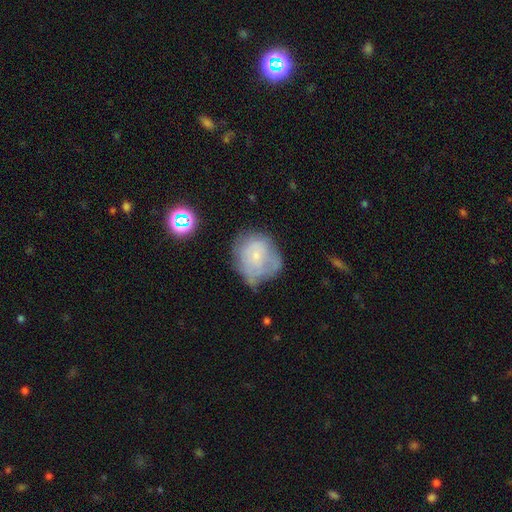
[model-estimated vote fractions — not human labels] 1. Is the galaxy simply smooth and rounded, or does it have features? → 49% smooth, 40% featured or disk, 11% star or artifact.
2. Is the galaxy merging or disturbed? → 44% none, 31% minor disturbance, 19% major disturbance, 5% merger.